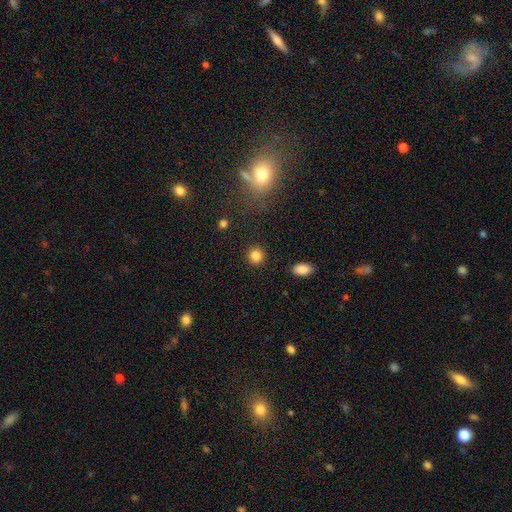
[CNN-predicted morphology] Overall: smooth (85%). How rounded: round (89%). Merging: none (90%).